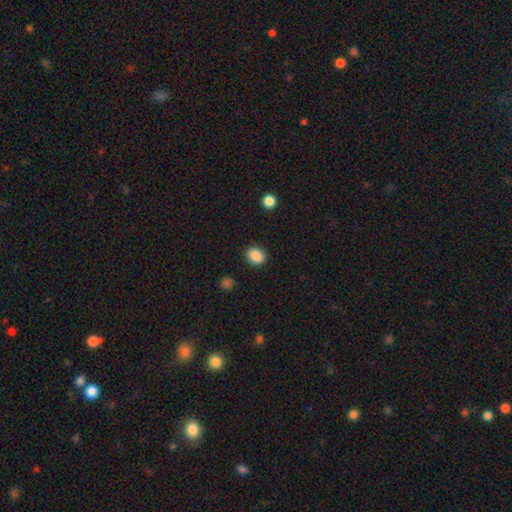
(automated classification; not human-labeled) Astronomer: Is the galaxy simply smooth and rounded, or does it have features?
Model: smooth — 88%.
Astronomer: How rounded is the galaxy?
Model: round — 61% (runner-up: in between, 38%).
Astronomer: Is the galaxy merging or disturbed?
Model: none — 89%.